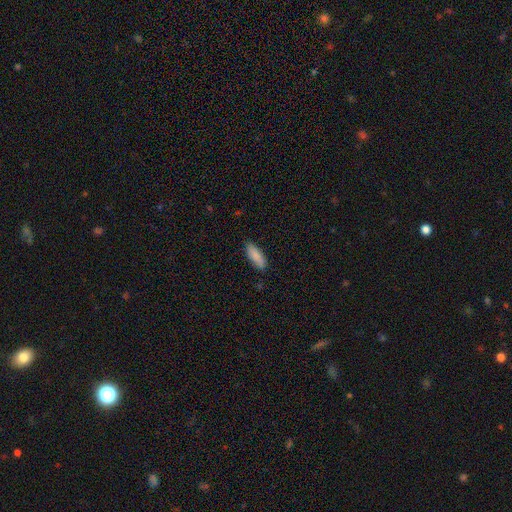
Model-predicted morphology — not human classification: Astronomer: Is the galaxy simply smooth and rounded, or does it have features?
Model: smooth — 88%.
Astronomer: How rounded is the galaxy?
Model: in between — 67%.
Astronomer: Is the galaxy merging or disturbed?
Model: none — 85%.